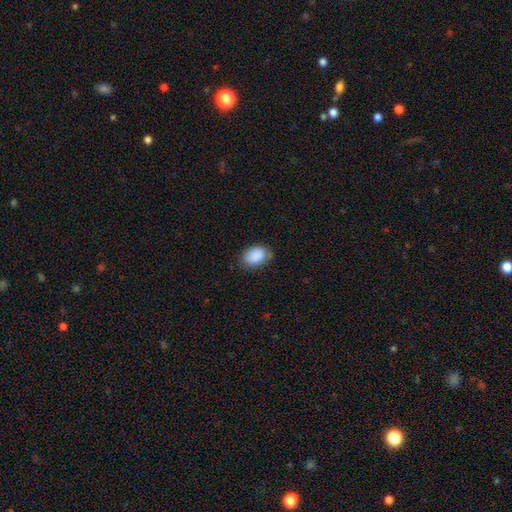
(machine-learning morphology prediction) Smooth or featured? Predicted: smooth (p=0.88). How rounded? Predicted: in between (p=0.85). Merging? Predicted: none (p=0.73).